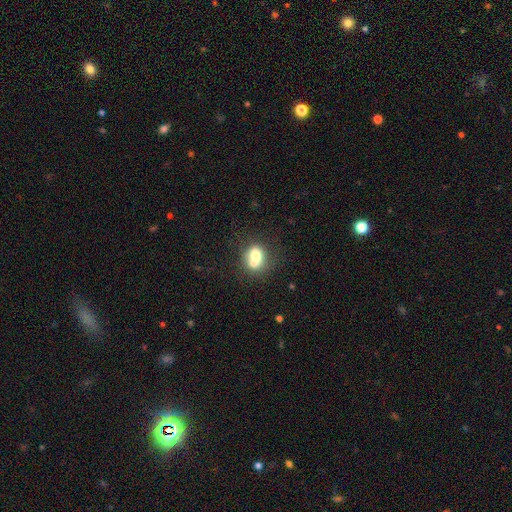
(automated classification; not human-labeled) This is likely a smooth galaxy (67%). How rounded: possibly round (51%). Merging: possibly merger (52%).